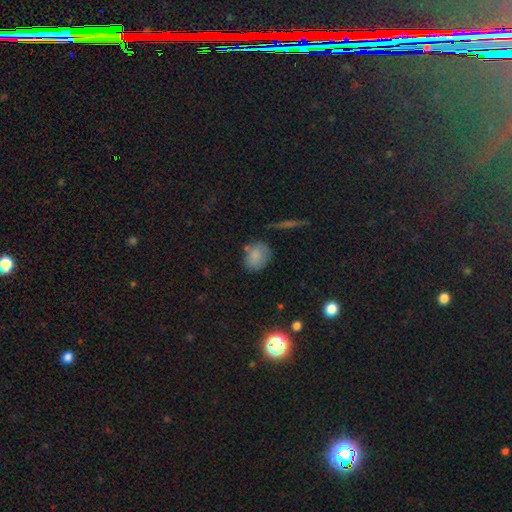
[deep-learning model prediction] Q: Smooth or featured?
A: smooth (82%); runner-up: star or artifact (9%)
Q: How rounded?
A: in between (52%); runner-up: round (46%)
Q: Merging?
A: none (66%); runner-up: minor disturbance (20%)